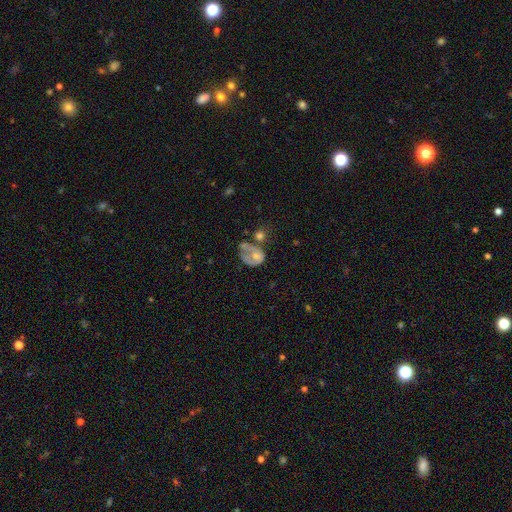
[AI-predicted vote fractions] Morphology: type=featured or disk (48%); merging=major disturbance (31%).